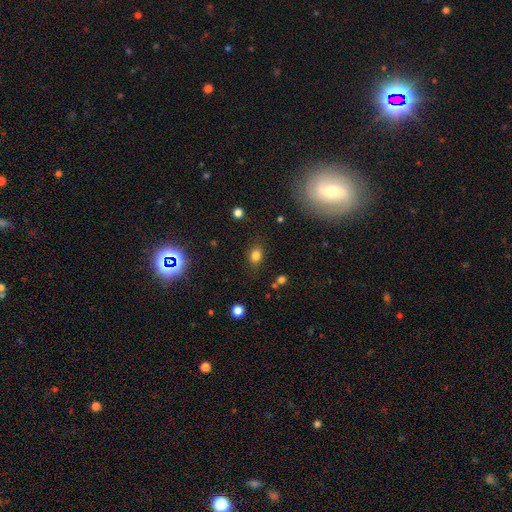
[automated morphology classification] Smooth or featured?
  - smooth: 80% *
  - star or artifact: 13%
  - featured or disk: 6%
How rounded?
  - in between: 57% *
  - round: 41%
  - cigar-shaped: 2%
Merging?
  - none: 82% *
  - minor disturbance: 12%
  - major disturbance: 4%
  - merger: 2%